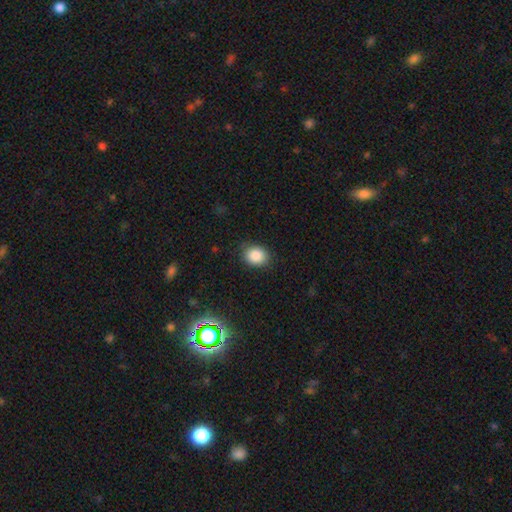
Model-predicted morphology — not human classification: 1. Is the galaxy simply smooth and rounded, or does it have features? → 87% smooth, 9% star or artifact, 4% featured or disk.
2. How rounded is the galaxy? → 58% round, 41% in between, 1% cigar-shaped.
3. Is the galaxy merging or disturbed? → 84% none, 12% minor disturbance, 3% major disturbance, 1% merger.